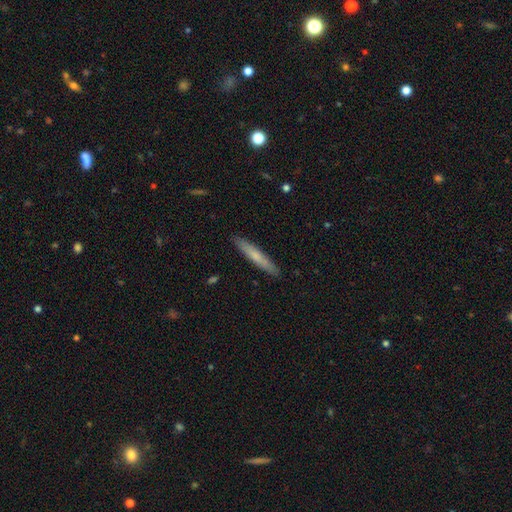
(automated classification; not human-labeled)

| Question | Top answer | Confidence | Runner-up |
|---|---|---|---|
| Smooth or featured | smooth | 64% | featured or disk (31%) |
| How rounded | cigar-shaped | 94% | in between (4%) |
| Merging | none | 91% | minor disturbance (7%) |